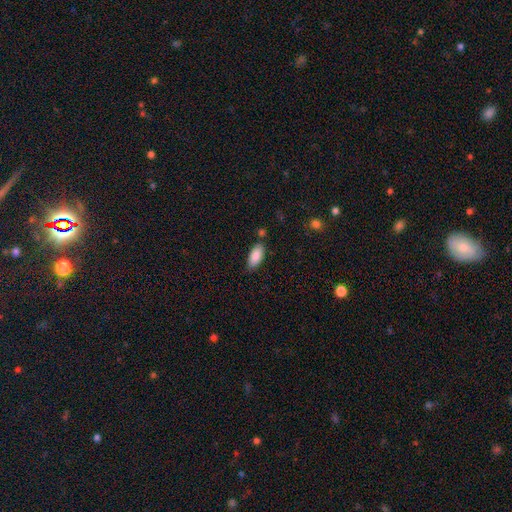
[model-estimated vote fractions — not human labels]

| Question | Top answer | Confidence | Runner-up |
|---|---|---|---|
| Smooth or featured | smooth | 88% | star or artifact (6%) |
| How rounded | in between | 89% | cigar-shaped (9%) |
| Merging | none | 76% | minor disturbance (15%) |